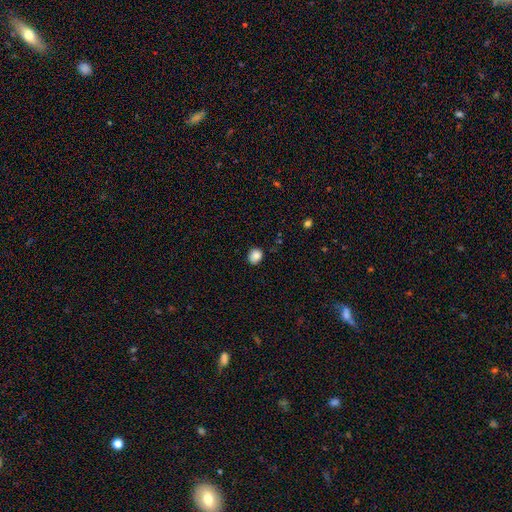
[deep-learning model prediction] Smooth or featured? smooth (86%)
How rounded? round (62%)
Merging? none (84%)